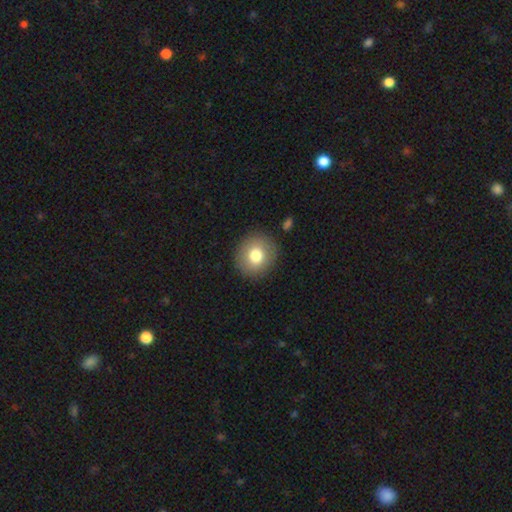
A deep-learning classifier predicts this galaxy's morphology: This is likely a smooth galaxy (78%). How rounded: clearly round (87%). Merging: clearly none (89%).